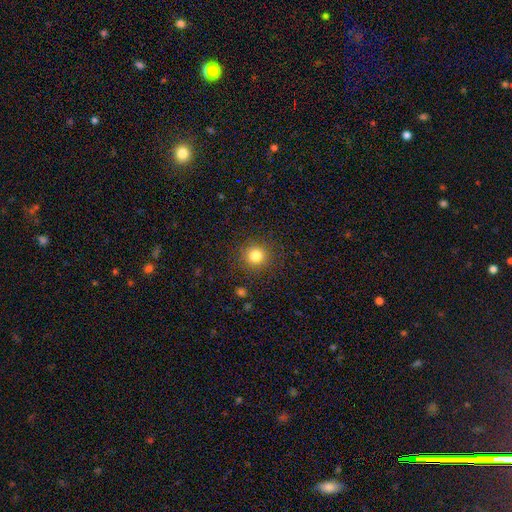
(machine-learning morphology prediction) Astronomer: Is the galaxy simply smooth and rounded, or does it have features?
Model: smooth — 82%.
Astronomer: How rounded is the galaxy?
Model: round — 93%.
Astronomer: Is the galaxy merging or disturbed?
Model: none — 90%.